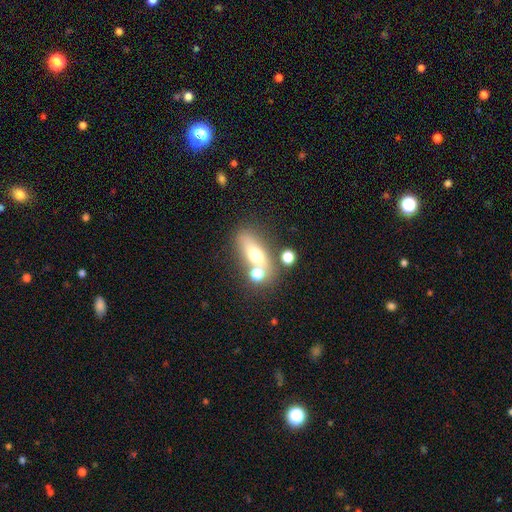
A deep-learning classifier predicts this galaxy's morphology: smooth_or_featured: smooth (p=0.59) [alt: featured or disk p=0.28]
how_rounded: in between (p=0.58) [alt: cigar-shaped p=0.22]
merging: none (p=0.57) [alt: merger p=0.24]